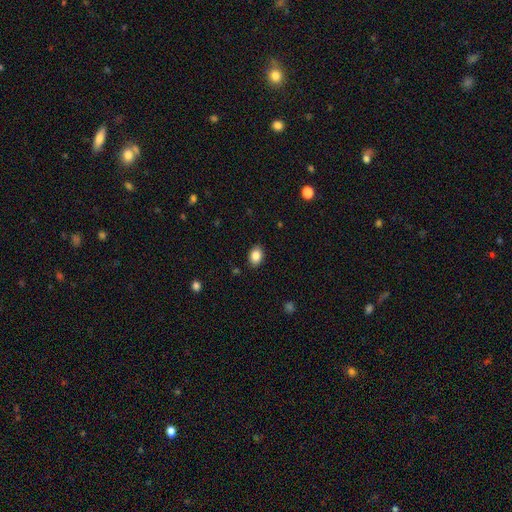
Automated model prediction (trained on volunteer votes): Morphology: type=smooth (86%); roundness=in between (77%); merging=none (88%).